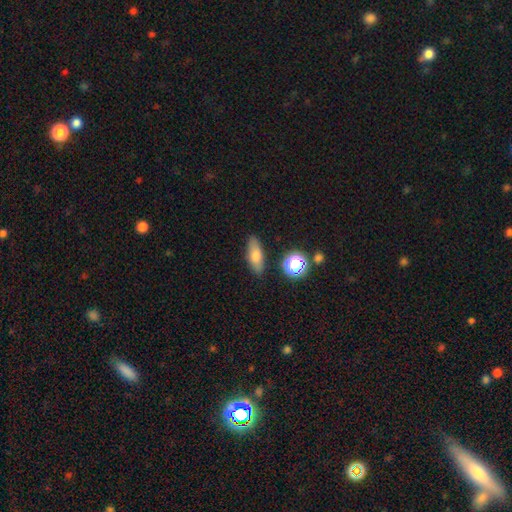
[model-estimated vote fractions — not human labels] A smooth galaxy with no disk features (71%) that is in between round and cigar-shaped (64%). Merging: none (85%).